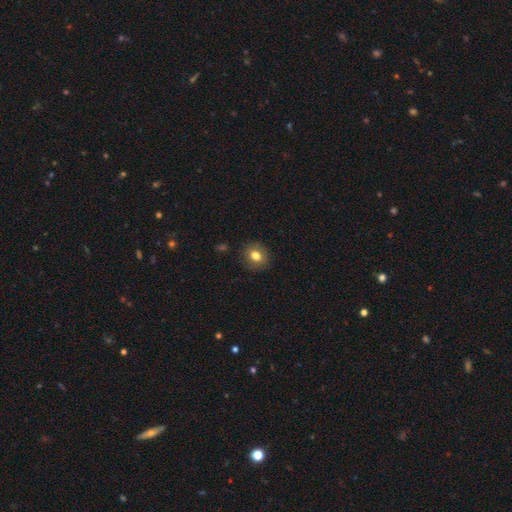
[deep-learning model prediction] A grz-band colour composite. It shows a smooth galaxy with no disk features (78%) that is round (74%). Merging: none (89%).